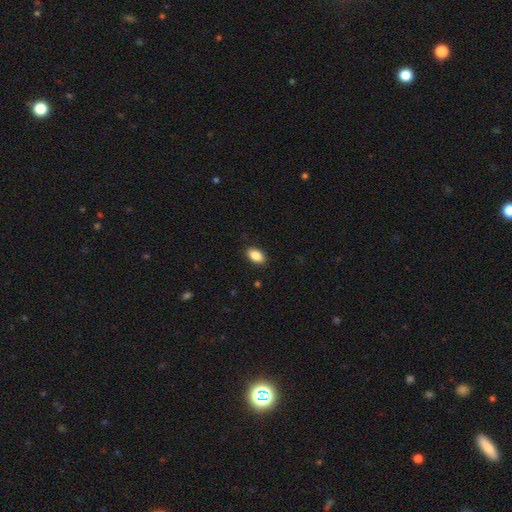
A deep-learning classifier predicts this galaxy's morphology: Smooth or featured? Predicted: smooth (p=0.87). How rounded? Predicted: in between (p=0.92). Merging? Predicted: none (p=0.89).